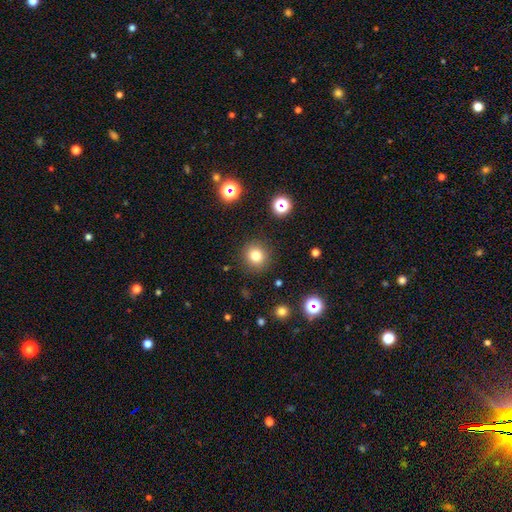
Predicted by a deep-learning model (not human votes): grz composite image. It shows a smooth galaxy with no disk features (79%) that is round (93%). Merging: none (89%).